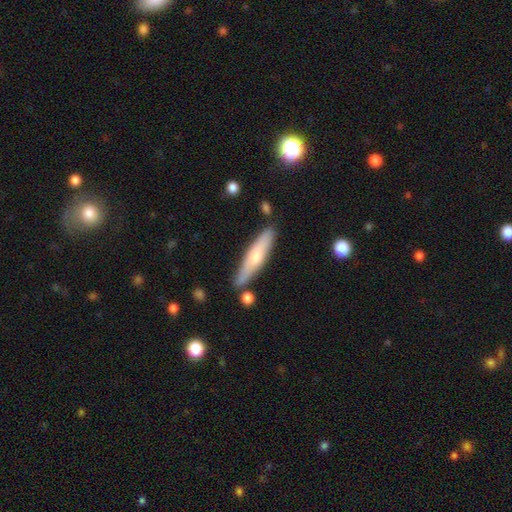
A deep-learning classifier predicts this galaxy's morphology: A smooth galaxy with no disk features (54%) that is cigar-shaped (81%). Merging: none (81%).